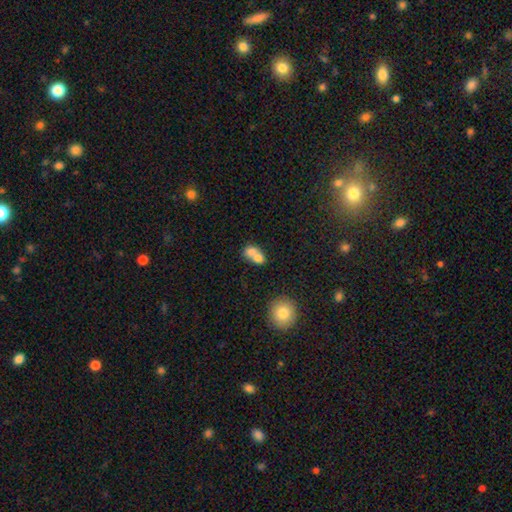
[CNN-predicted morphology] Q: Smooth or featured?
A: smooth (72%); runner-up: featured or disk (19%)
Q: How rounded?
A: round (53%); runner-up: in between (46%)
Q: Merging?
A: merger (71%); runner-up: none (20%)